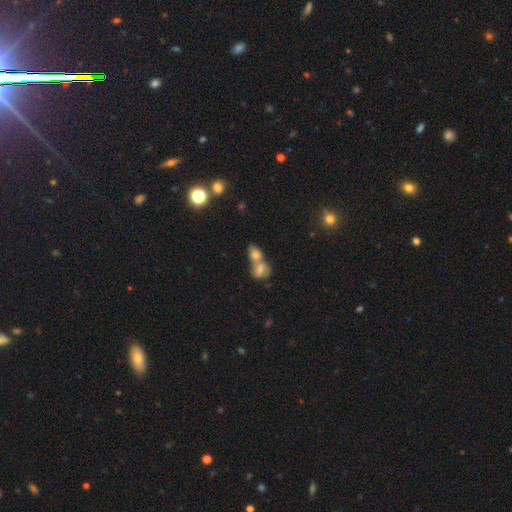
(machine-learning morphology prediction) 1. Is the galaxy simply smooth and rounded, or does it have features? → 63% smooth, 19% featured or disk, 18% star or artifact.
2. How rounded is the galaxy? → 60% in between, 36% round, 4% cigar-shaped.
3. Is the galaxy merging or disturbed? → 62% merger, 27% none, 7% minor disturbance, 4% major disturbance.